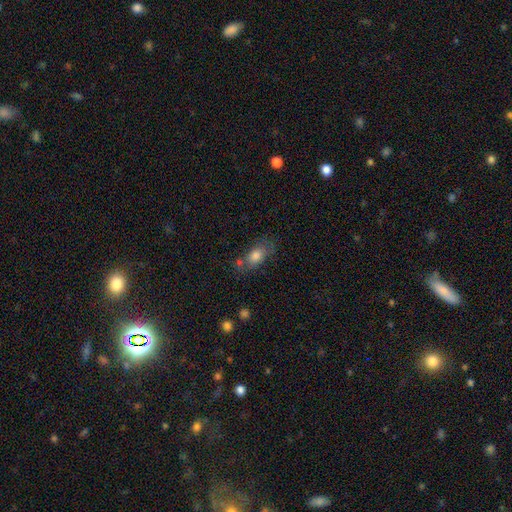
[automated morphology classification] Smooth or featured? Predicted: smooth (p=0.78). How rounded? Predicted: in between (p=0.82). Merging? Predicted: none (p=0.54).